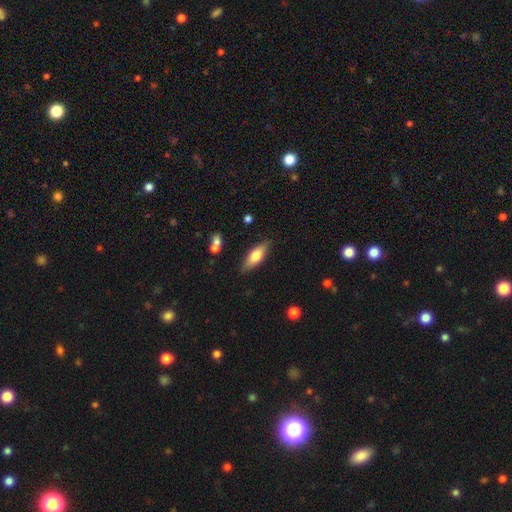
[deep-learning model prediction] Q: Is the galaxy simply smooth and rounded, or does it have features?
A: smooth — 68%.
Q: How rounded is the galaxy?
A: in between — 68%.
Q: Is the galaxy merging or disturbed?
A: none — 83%.